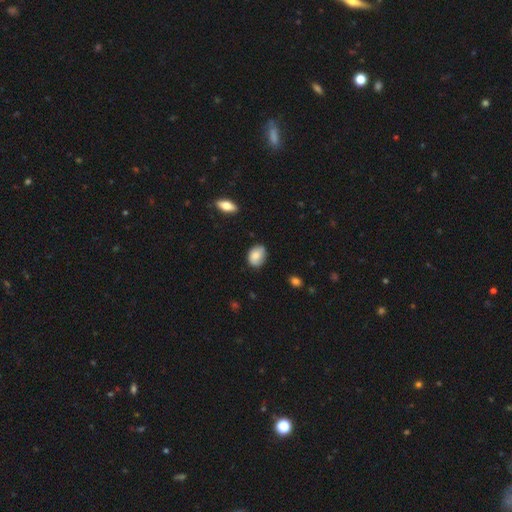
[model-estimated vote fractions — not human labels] The model was most divided on "how rounded": in between: 69%, round: 30%, cigar-shaped: 1%. More confident: smooth or featured — smooth (78%); merging — none (73%).